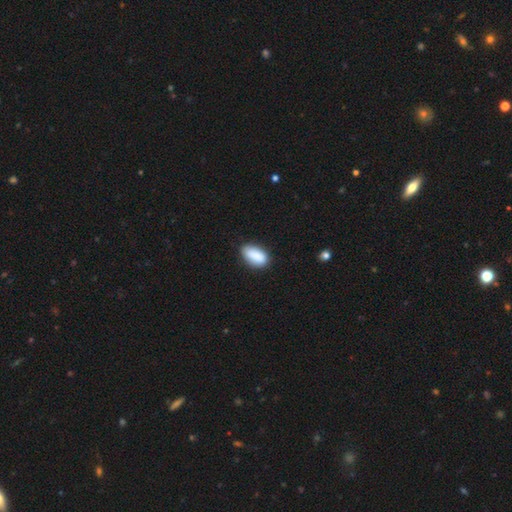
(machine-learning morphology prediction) smooth-or-featured: smooth: 89% | star or artifact: 7% | featured or disk: 5%
  how-rounded: in between: 92% | cigar-shaped: 5% | round: 3%
  merging: none: 79% | minor disturbance: 16% | major disturbance: 3% | merger: 2%